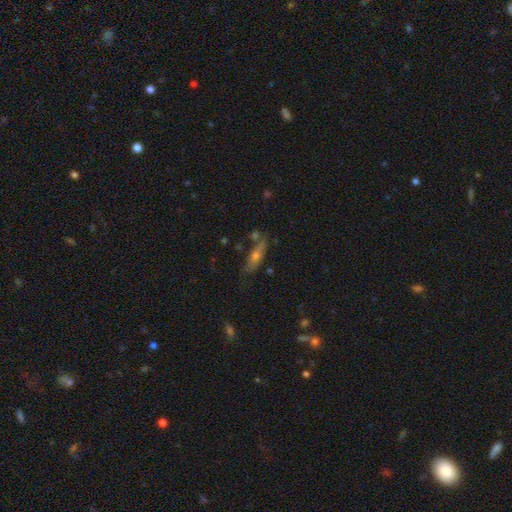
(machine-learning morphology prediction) A smooth galaxy with no disk features (50%). Merging: none (66%).